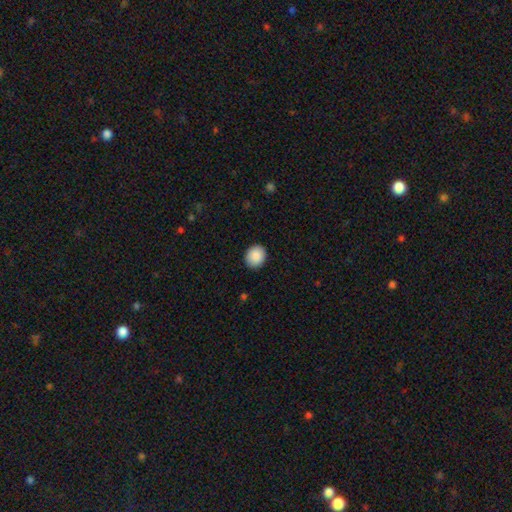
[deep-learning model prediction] Smooth or featured: smooth — 89% (star or artifact — 7%)
How rounded: round — 71% (in between — 28%)
Merging: none — 91% (minor disturbance — 7%)